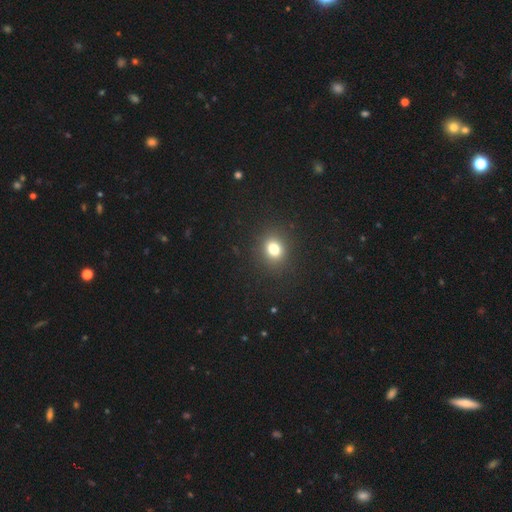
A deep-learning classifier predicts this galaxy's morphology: Q: Smooth or featured?
A: smooth (69%); runner-up: star or artifact (25%)
Q: How rounded?
A: round (81%); runner-up: in between (17%)
Q: Merging?
A: none (92%); runner-up: minor disturbance (5%)